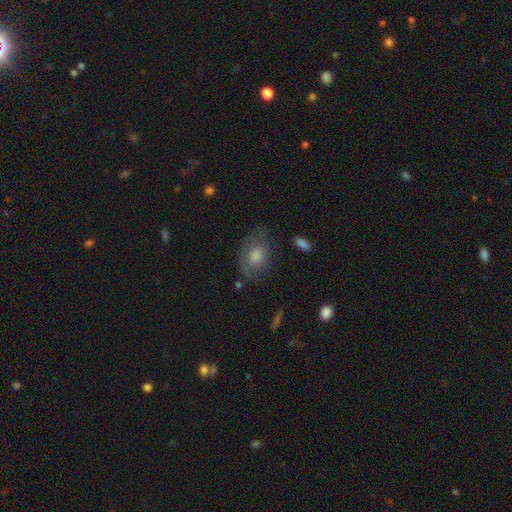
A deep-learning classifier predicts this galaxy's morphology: Smooth or featured? Predicted: smooth (p=0.54). How rounded? Predicted: in between (p=0.68). Merging? Predicted: none (p=0.69).